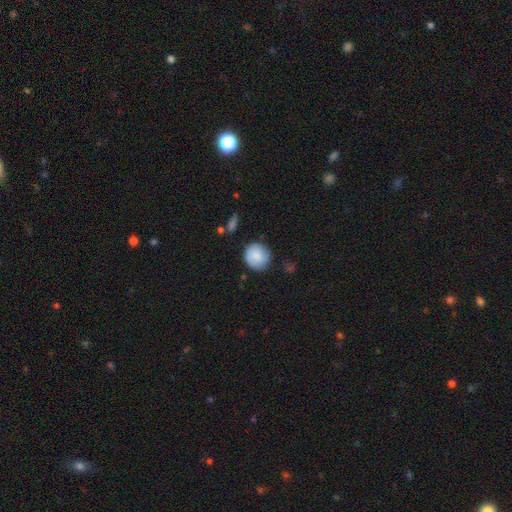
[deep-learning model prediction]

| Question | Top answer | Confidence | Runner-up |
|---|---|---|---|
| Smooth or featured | smooth | 84% | featured or disk (9%) |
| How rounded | round | 89% | in between (10%) |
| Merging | none | 81% | minor disturbance (13%) |